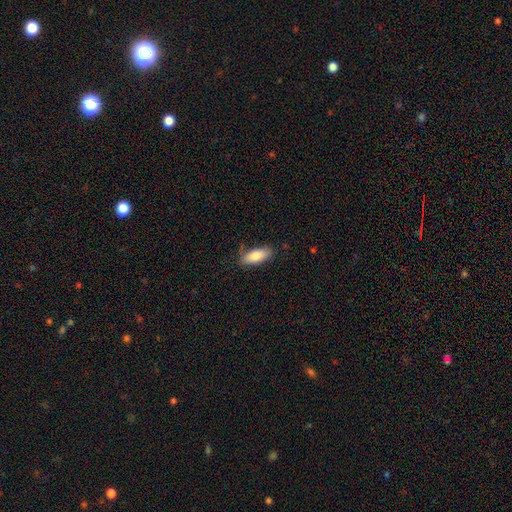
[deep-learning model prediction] smooth-or-featured: smooth: 81% | featured or disk: 12% | star or artifact: 6%
  how-rounded: in between: 79% | cigar-shaped: 19% | round: 2%
  merging: none: 77% | minor disturbance: 17% | major disturbance: 3% | merger: 2%